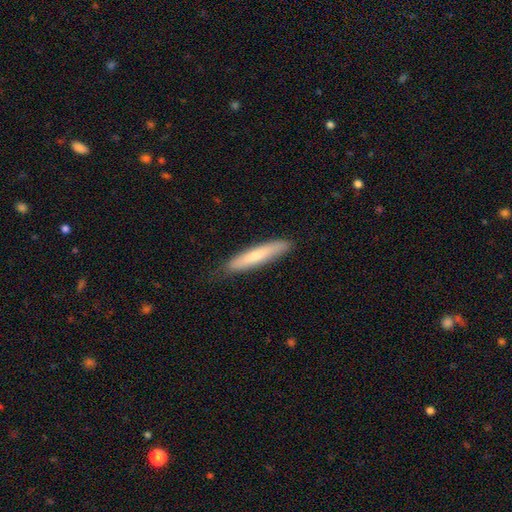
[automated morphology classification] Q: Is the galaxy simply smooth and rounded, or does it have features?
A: smooth — 74%.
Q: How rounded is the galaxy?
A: cigar-shaped — 90%.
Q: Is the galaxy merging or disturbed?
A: none — 82%.